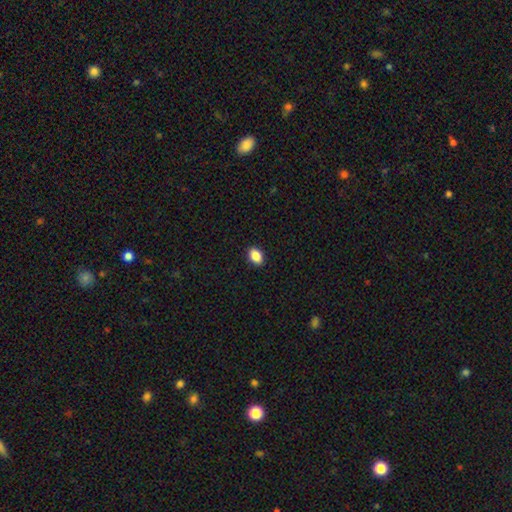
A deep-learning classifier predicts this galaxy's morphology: Smooth or featured? smooth (88%)
How rounded? in between (83%)
Merging? none (91%)